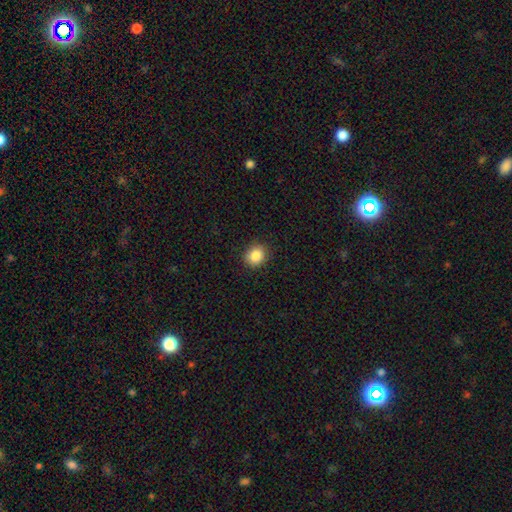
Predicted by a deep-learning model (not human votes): A smooth galaxy with no disk features (86%) that is round (74%). Merging: none (89%).